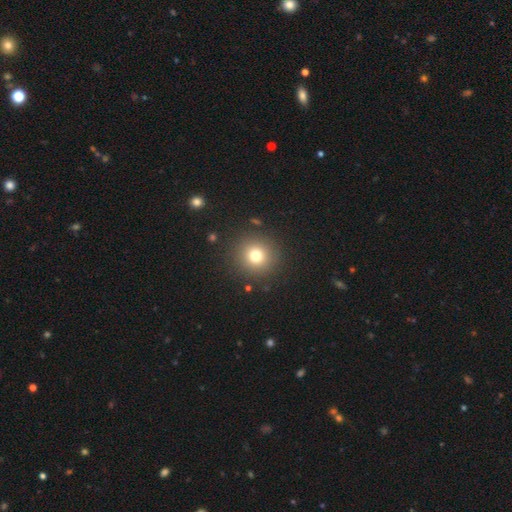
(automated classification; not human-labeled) Q: Smooth or featured?
A: smooth (75%); runner-up: star or artifact (15%)
Q: How rounded?
A: round (94%); runner-up: in between (5%)
Q: Merging?
A: none (89%); runner-up: minor disturbance (6%)